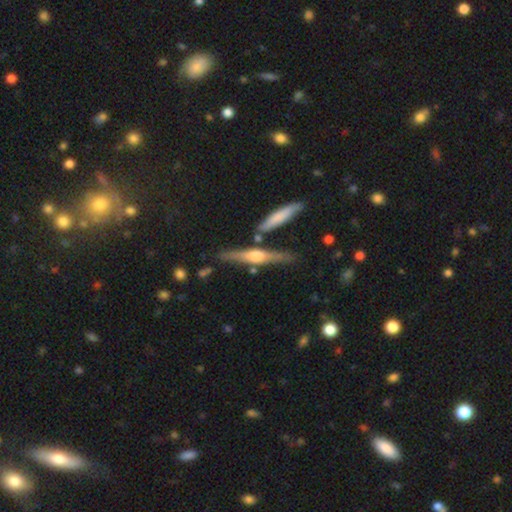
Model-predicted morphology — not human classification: smooth-or-featured: featured or disk: 73% | smooth: 21% | star or artifact: 6%
  disk-edge-on: yes: 97% | no: 3%
    edge-on-bulge: rounded: 83% | boxy: 12% | none: 5%
  merging: none: 79% | minor disturbance: 10% | merger: 8% | major disturbance: 2%